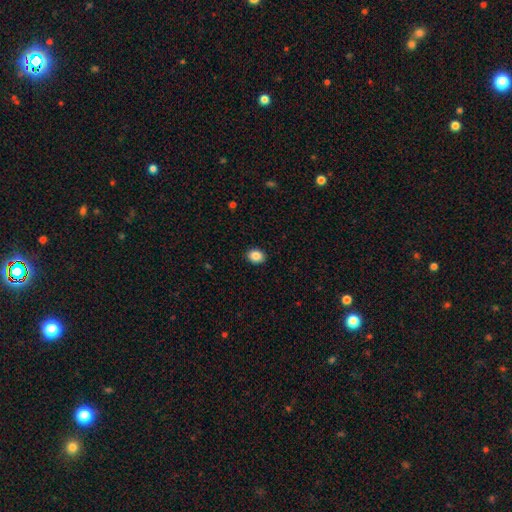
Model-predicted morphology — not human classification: A smooth galaxy with no disk features (87%) that is in between round and cigar-shaped (52%).

Vote fractions:
- Smooth or featured? smooth: 87% / star or artifact: 9% / featured or disk: 4%
- How rounded? in between: 52% / round: 48% / cigar-shaped: 1%
- Merging? none: 91% / minor disturbance: 6% / major disturbance: 2% / merger: 1%